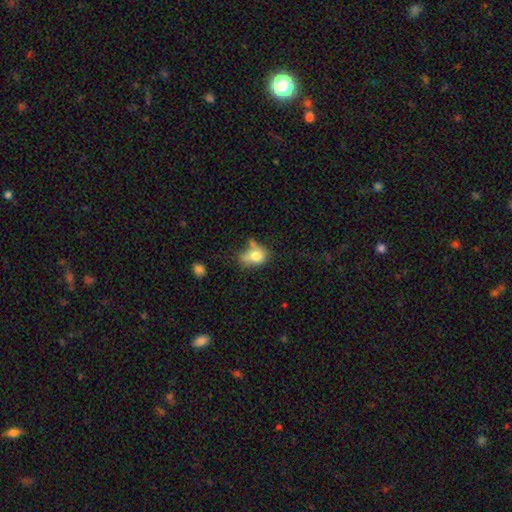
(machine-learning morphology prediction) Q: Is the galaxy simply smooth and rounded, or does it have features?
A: smooth — 74%.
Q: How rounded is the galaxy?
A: in between — 59%.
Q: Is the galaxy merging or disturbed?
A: none — 33%.